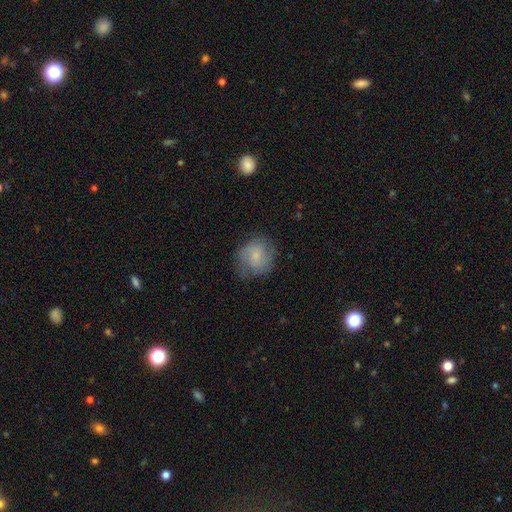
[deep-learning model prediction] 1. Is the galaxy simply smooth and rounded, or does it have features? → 63% smooth, 29% featured or disk, 8% star or artifact.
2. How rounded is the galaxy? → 79% round, 20% in between, 1% cigar-shaped.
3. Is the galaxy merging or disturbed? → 66% none, 24% minor disturbance, 9% major disturbance, 1% merger.